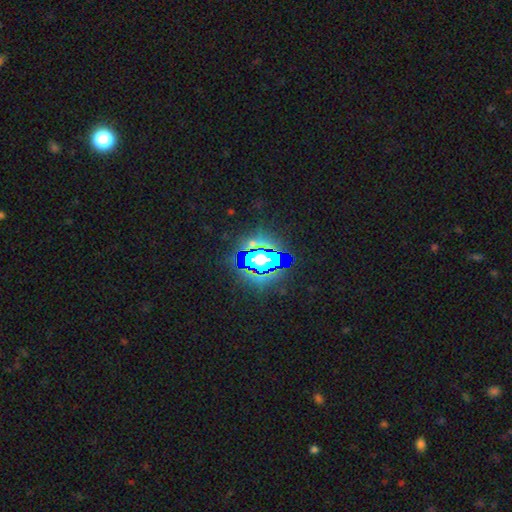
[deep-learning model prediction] smooth_or_featured: star or artifact (p=0.59) [alt: smooth p=0.24]